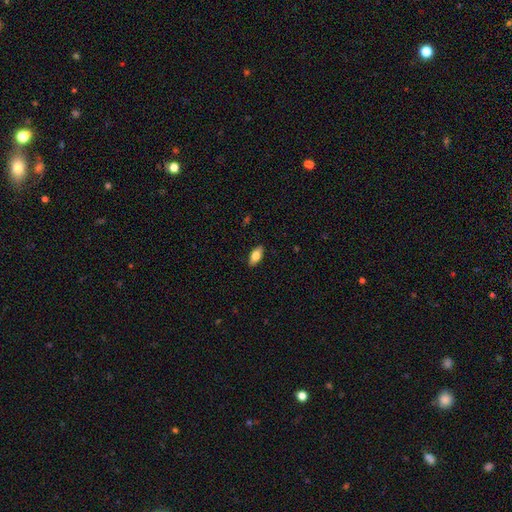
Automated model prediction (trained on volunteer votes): Q: Smooth or featured?
A: smooth (75%); runner-up: featured or disk (18%)
Q: How rounded?
A: in between (88%); runner-up: cigar-shaped (9%)
Q: Merging?
A: none (88%); runner-up: minor disturbance (9%)